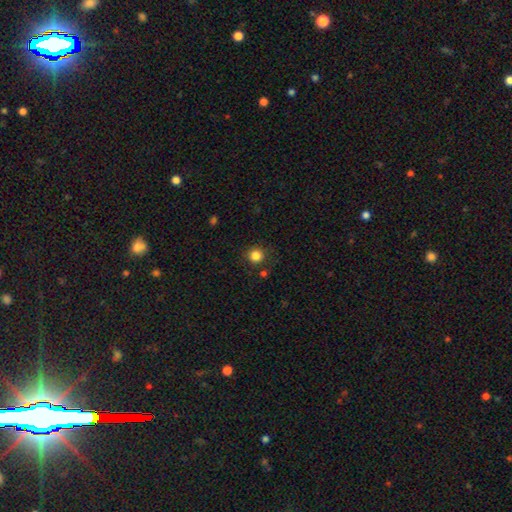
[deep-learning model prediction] Smooth or featured? smooth (84%)
How rounded? round (94%)
Merging? none (87%)